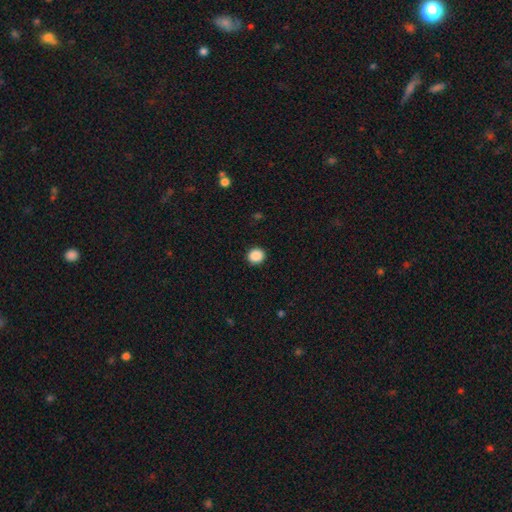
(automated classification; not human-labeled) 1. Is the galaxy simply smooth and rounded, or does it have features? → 89% smooth, 9% star or artifact, 2% featured or disk.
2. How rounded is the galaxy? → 87% round, 12% in between, 1% cigar-shaped.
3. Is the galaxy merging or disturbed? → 92% none, 5% minor disturbance, 2% major disturbance, 1% merger.